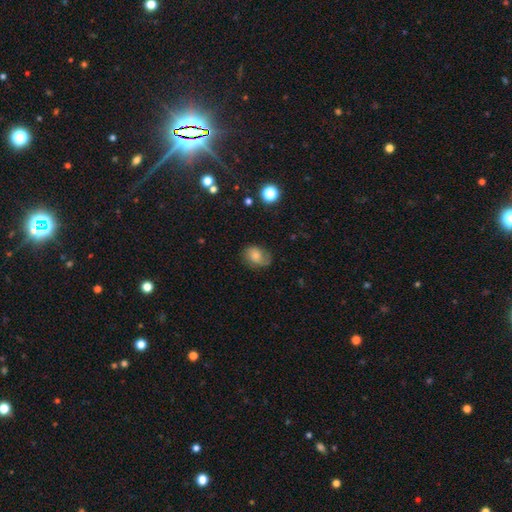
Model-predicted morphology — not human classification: type=smooth (55%); roundness=in between (64%); merging=none (64%).